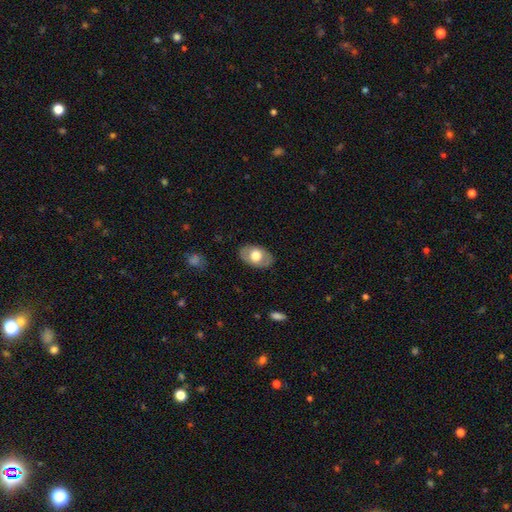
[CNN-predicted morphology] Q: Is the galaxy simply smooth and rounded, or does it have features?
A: smooth — 61%.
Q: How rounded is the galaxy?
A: in between — 88%.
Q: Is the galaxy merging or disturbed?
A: none — 84%.